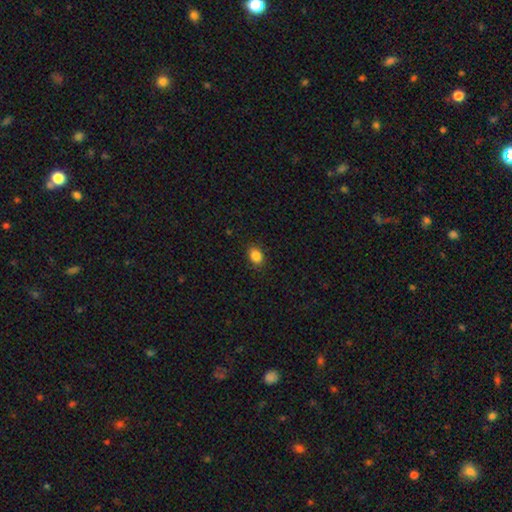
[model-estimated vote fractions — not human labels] A smooth galaxy with no disk features (86%) that is in between round and cigar-shaped (67%). Merging: none (89%).